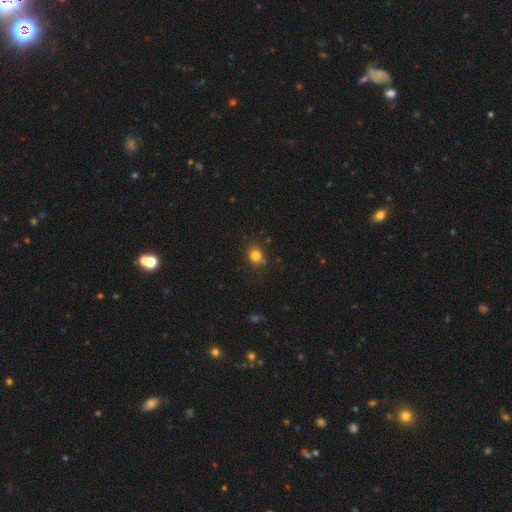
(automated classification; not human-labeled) Smooth or featured? Predicted: smooth (p=0.80). How rounded? Predicted: round (p=0.66). Merging? Predicted: none (p=0.76).